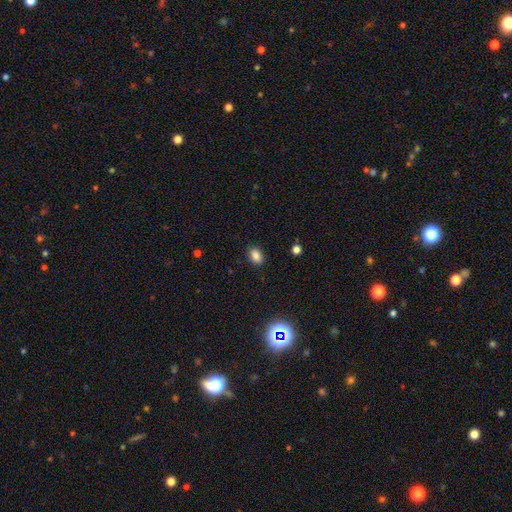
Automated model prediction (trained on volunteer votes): Smooth or featured? Predicted: smooth (p=0.83). How rounded? Predicted: in between (p=0.80). Merging? Predicted: none (p=0.87).